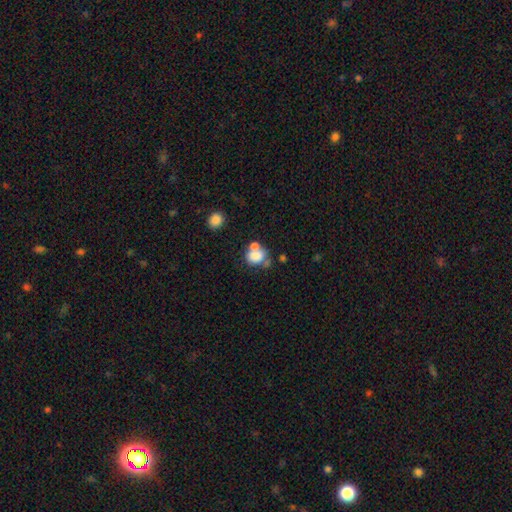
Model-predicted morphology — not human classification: type=smooth (74%); roundness=in between (60%); merging=merger (47%).